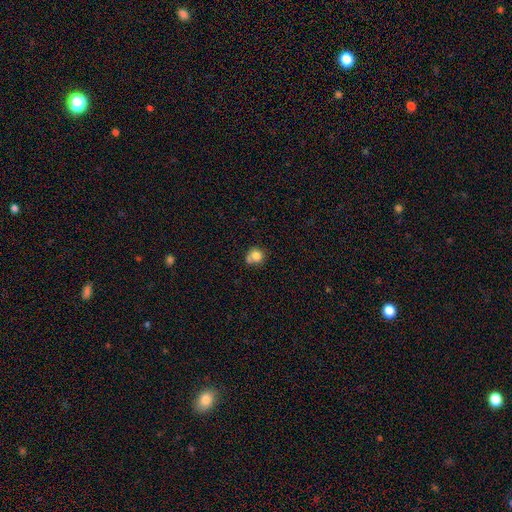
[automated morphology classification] Q: Smooth or featured?
A: smooth (80%); runner-up: star or artifact (10%)
Q: How rounded?
A: round (80%); runner-up: in between (19%)
Q: Merging?
A: none (49%); runner-up: merger (25%)